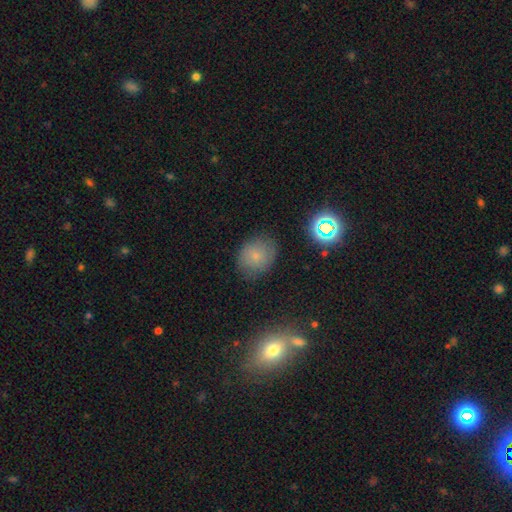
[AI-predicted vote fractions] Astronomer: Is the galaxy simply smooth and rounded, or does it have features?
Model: smooth — 71%.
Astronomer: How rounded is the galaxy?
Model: round — 61% (runner-up: in between, 38%).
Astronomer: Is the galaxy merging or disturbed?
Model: none — 78%.